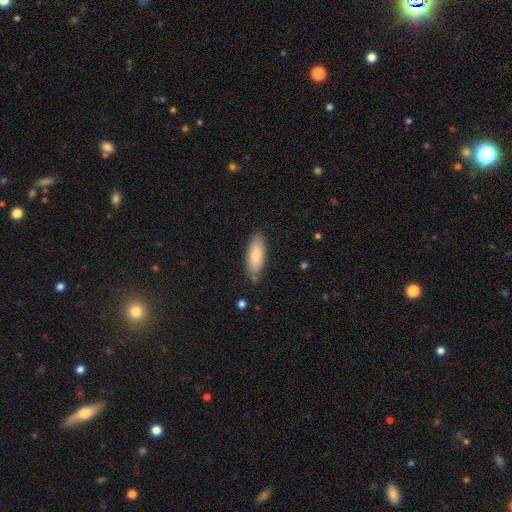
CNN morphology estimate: Smooth or featured?
  - smooth: 82% *
  - featured or disk: 13%
  - star or artifact: 6%
How rounded?
  - in between: 72% *
  - cigar-shaped: 26%
  - round: 2%
Merging?
  - none: 78% *
  - minor disturbance: 16%
  - merger: 3%
  - major disturbance: 3%